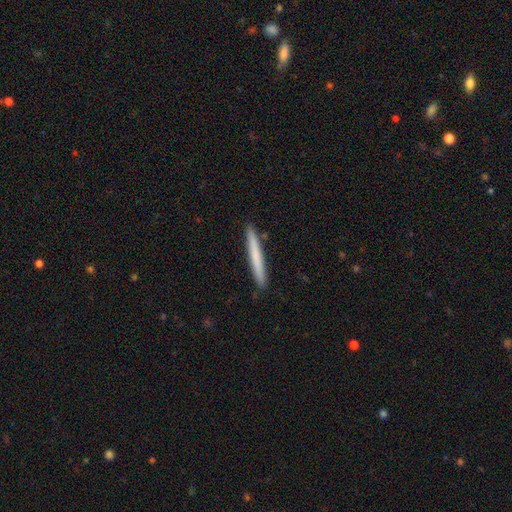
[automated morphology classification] Smooth or featured: smooth — 69% (featured or disk — 26%)
How rounded: cigar-shaped — 97% (in between — 2%)
Merging: none — 92% (minor disturbance — 6%)